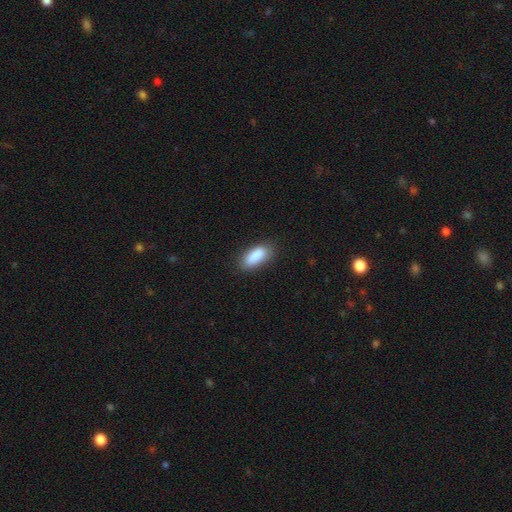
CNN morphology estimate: Smooth or featured? Predicted: smooth (p=0.88). How rounded? Predicted: in between (p=0.84). Merging? Predicted: none (p=0.82).